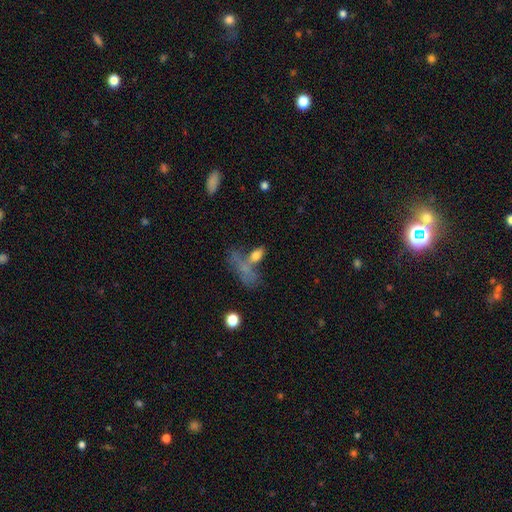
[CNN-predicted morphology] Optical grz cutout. It shows a smooth galaxy with no disk features (71%) that is in between round and cigar-shaped (77%). Merging: merger (36%).